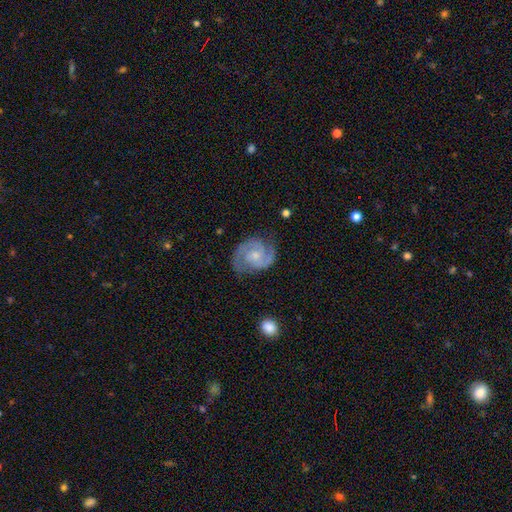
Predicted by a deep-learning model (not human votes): Overall: featured or disk (90%). Edge-on disk: no (98%). Bar: no (61%; weak 33%). Spiral arms: yes (98%). Spiral arm count: 2 (89%). Spiral winding: medium (49%; tight 43%). Bulge size: small (58%; moderate 34%). Merging: none (78%).